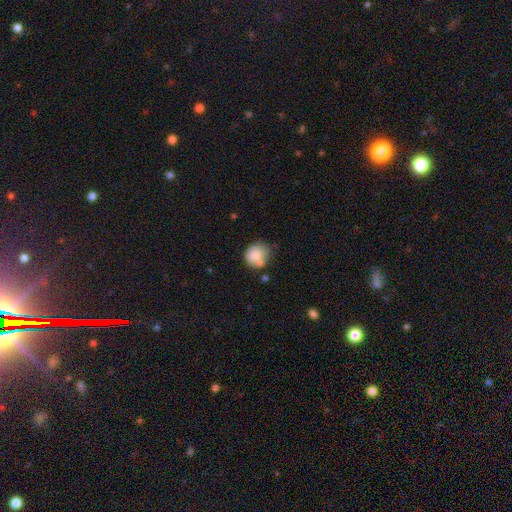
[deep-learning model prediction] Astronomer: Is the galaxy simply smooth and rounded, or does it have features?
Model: smooth — 83%.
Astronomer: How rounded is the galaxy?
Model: round — 75%.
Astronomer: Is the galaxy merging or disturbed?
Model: none — 58%.